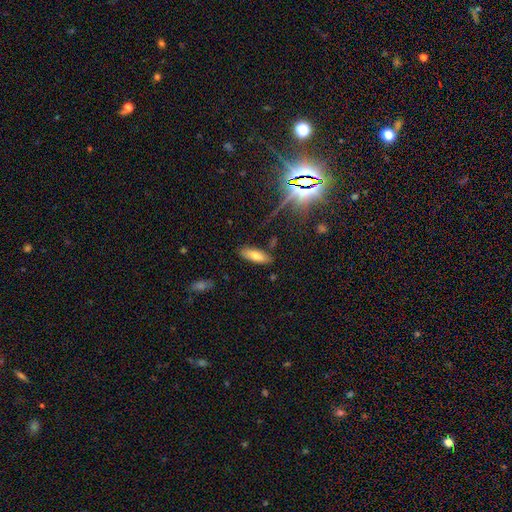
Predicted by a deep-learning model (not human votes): Morphology: type=smooth (75%); roundness=in between (66%); merging=none (83%).